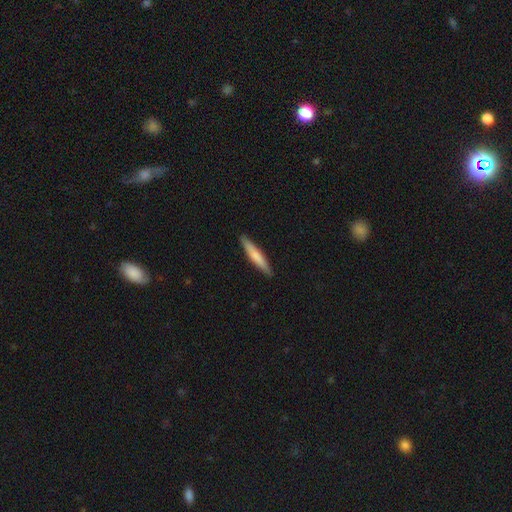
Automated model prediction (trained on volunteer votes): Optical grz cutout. It shows a smooth galaxy with no disk features (69%) that is cigar-shaped (93%). Merging: none (90%).